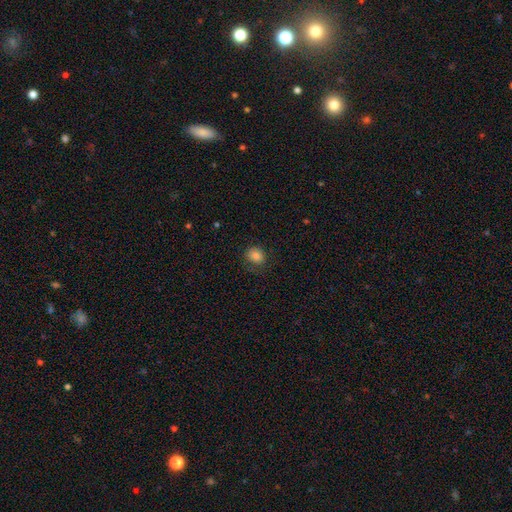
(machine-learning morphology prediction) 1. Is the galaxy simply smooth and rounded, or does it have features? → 83% smooth, 11% star or artifact, 6% featured or disk.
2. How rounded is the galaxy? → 71% round, 28% in between, 1% cigar-shaped.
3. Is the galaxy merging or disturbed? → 76% none, 17% minor disturbance, 6% major disturbance, 1% merger.